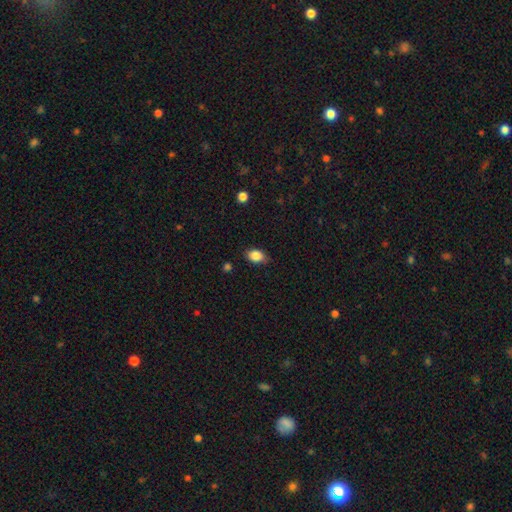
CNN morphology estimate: Smooth or featured?
  - smooth: 86% *
  - star or artifact: 9%
  - featured or disk: 5%
How rounded?
  - in between: 79% *
  - round: 19%
  - cigar-shaped: 1%
Merging?
  - none: 79% *
  - minor disturbance: 17%
  - major disturbance: 3%
  - merger: 1%